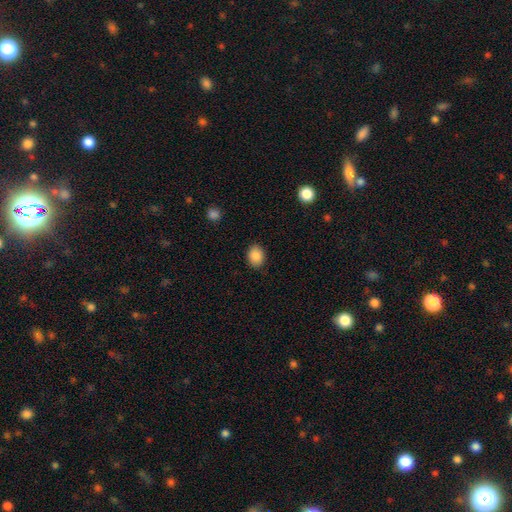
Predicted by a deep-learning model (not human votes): smooth-or-featured: smooth: 88% | star or artifact: 8% | featured or disk: 3%
  how-rounded: in between: 58% | round: 41% | cigar-shaped: 1%
  merging: none: 86% | minor disturbance: 10% | major disturbance: 3% | merger: 1%